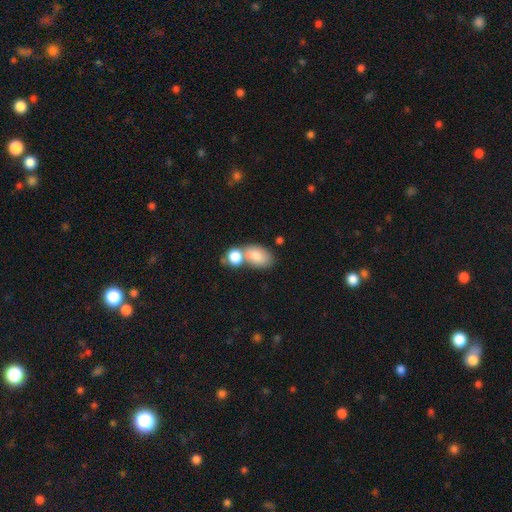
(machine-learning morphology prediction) Q: Smooth or featured?
A: smooth (79%); runner-up: featured or disk (14%)
Q: How rounded?
A: in between (86%); runner-up: round (13%)
Q: Merging?
A: merger (45%); runner-up: none (38%)